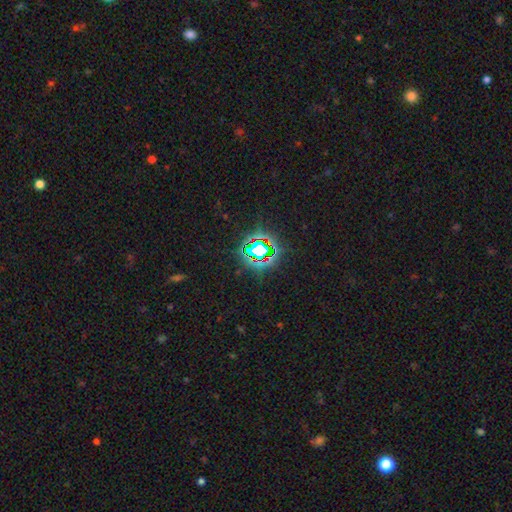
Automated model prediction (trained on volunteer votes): Smooth or featured: star or artifact — 77% (smooth — 15%)